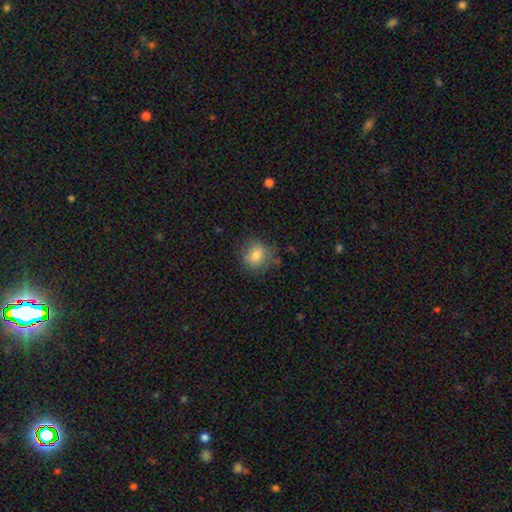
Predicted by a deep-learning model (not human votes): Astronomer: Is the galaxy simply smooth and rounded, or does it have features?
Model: smooth — 77%.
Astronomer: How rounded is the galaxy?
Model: round — 75%.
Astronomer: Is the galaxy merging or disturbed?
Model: none — 71%.